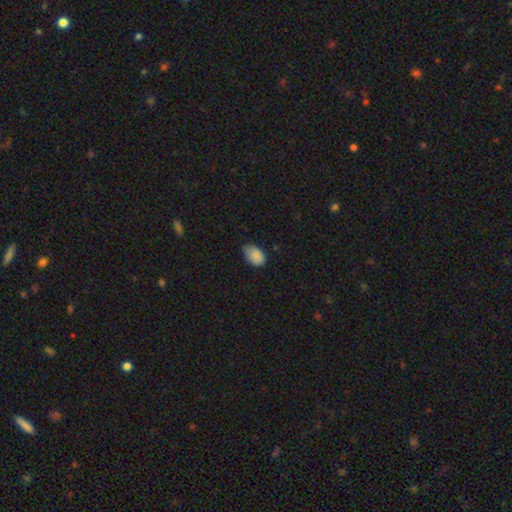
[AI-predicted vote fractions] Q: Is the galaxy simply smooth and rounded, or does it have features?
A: smooth — 88%.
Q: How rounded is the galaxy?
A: in between — 90%.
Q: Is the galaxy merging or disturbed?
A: none — 62%.